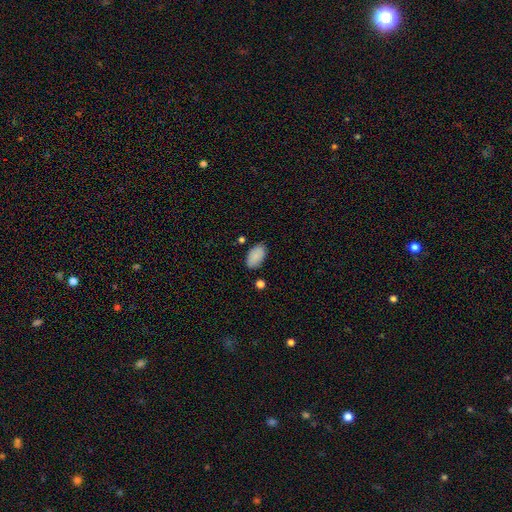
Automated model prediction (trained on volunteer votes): A smooth galaxy with no disk features (88%) that is in between round and cigar-shaped (94%).

Vote fractions:
- Smooth or featured? smooth: 88% / star or artifact: 7% / featured or disk: 5%
- How rounded? in between: 94% / round: 4% / cigar-shaped: 2%
- Merging? none: 81% / minor disturbance: 13% / merger: 3% / major disturbance: 3%